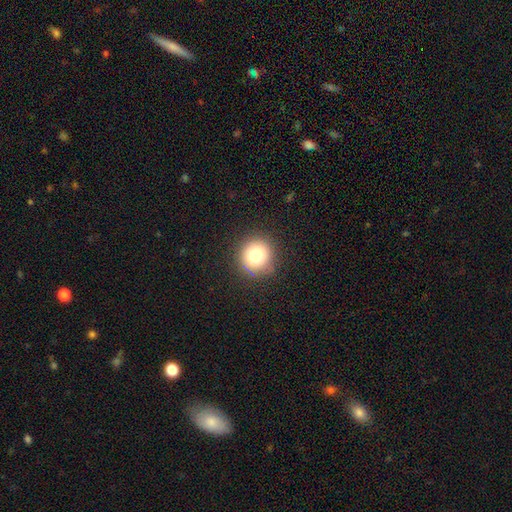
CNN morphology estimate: Smooth or featured? Predicted: smooth (p=0.77). How rounded? Predicted: round (p=0.92). Merging? Predicted: none (p=0.88).